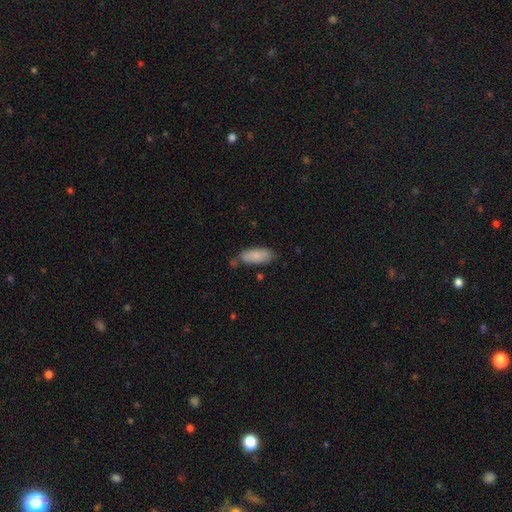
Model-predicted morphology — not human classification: A smooth galaxy with no disk features (83%) that is in between round and cigar-shaped (84%).

Vote fractions:
- Smooth or featured? smooth: 83% / featured or disk: 11% / star or artifact: 6%
- How rounded? in between: 84% / cigar-shaped: 14% / round: 2%
- Merging? none: 66% / minor disturbance: 23% / merger: 7% / major disturbance: 4%